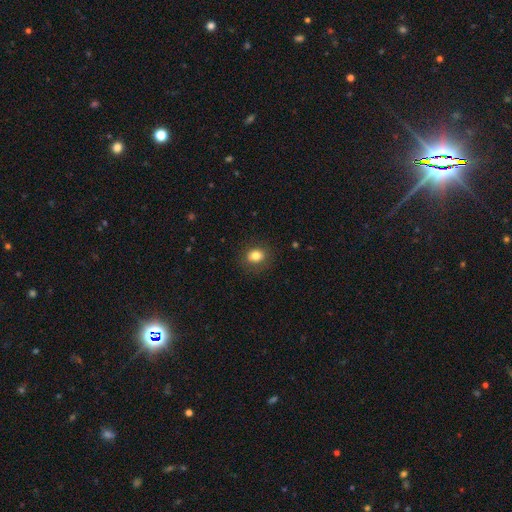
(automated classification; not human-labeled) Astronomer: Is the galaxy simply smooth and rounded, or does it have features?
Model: smooth — 81%.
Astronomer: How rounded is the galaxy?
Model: round — 58% (runner-up: in between, 41%).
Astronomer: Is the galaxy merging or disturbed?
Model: none — 85%.